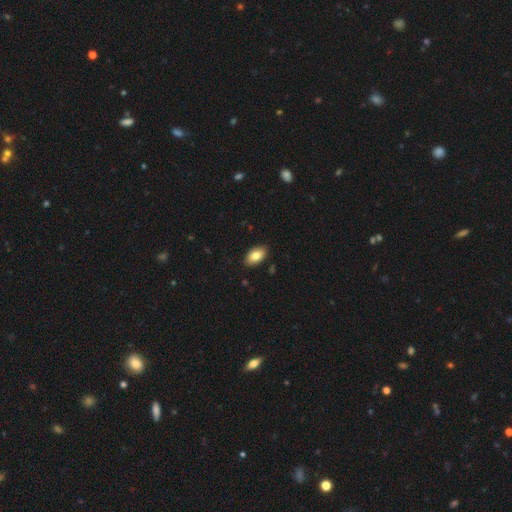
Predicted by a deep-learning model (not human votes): smooth 84%, featured or disk 10%, star or artifact 7%. Down the decision tree: how rounded — in between (94%); merging — none (88%).